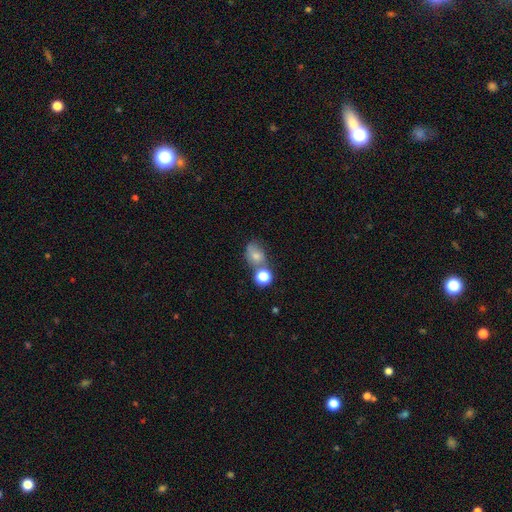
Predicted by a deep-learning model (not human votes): Q: Smooth or featured?
A: smooth (68%); runner-up: featured or disk (17%)
Q: How rounded?
A: in between (57%); runner-up: round (41%)
Q: Merging?
A: none (42%); runner-up: merger (30%)